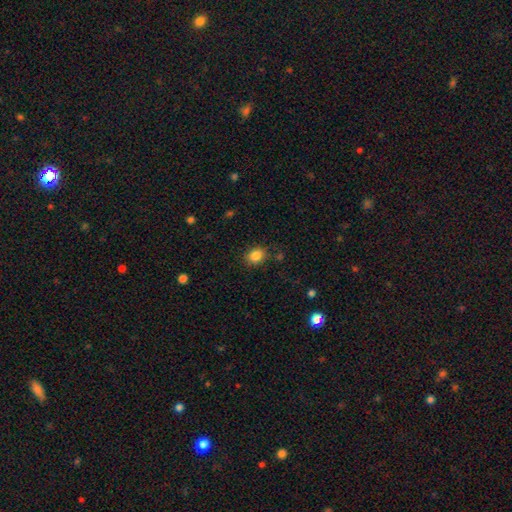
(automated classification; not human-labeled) The model was most divided on "how rounded": round: 53%, in between: 46%, cigar-shaped: 1%. More confident: smooth or featured — smooth (85%); merging — none (83%).